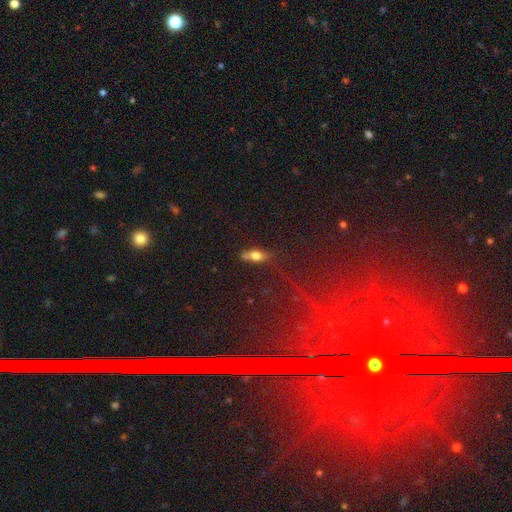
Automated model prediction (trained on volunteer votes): smooth_or_featured: smooth (p=0.67) [alt: featured or disk p=0.23]
how_rounded: in between (p=0.72) [alt: cigar-shaped p=0.23]
merging: none (p=0.62) [alt: minor disturbance p=0.19]